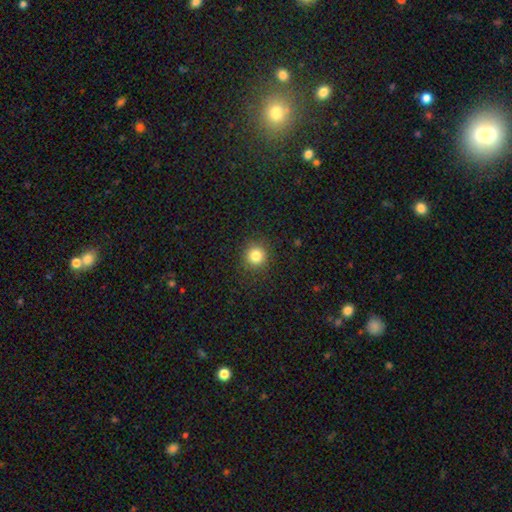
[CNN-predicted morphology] type=smooth (83%); roundness=round (93%); merging=none (90%).